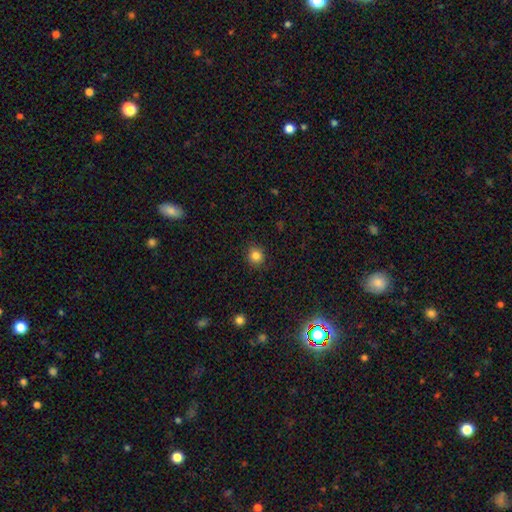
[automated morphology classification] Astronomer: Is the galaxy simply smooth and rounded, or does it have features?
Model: smooth — 83%.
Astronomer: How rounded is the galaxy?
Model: round — 88%.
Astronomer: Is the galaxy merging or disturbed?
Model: none — 89%.